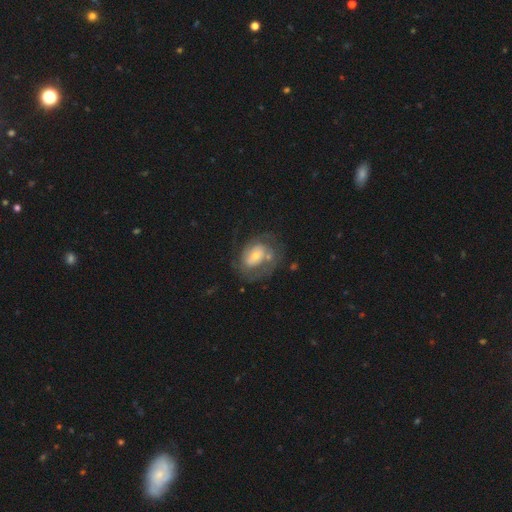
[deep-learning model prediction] Morphology: type=featured or disk (64%); edge-on=no (96%); bar=no (59%); spiral arms=yes (68%); bulge=small (50%); merging=none (50%).